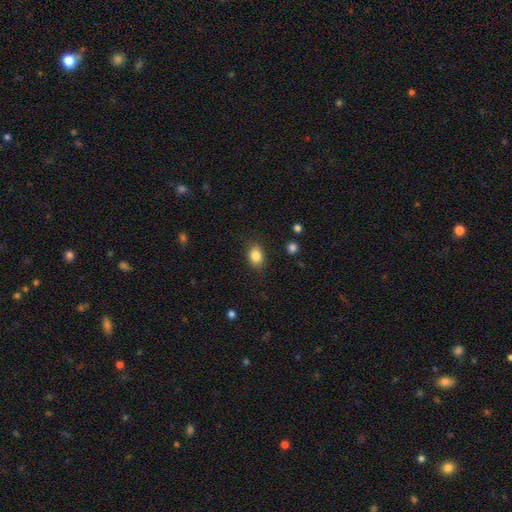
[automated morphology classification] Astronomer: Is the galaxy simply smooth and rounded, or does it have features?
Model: smooth — 85%.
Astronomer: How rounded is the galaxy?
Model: in between — 73%.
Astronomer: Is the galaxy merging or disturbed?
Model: none — 85%.